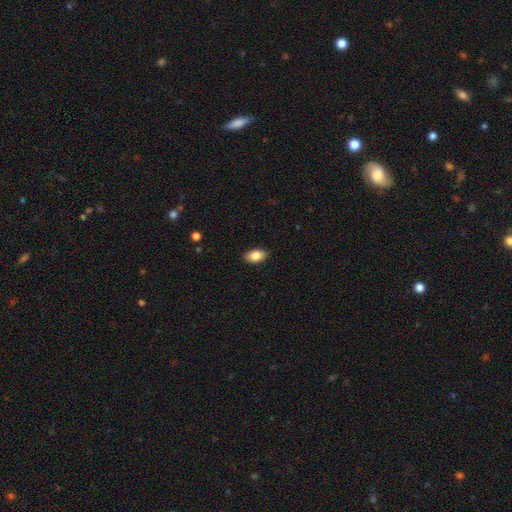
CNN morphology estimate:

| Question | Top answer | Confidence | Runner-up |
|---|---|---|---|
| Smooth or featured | smooth | 85% | star or artifact (7%) |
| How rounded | in between | 92% | round (6%) |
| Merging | none | 89% | minor disturbance (8%) |